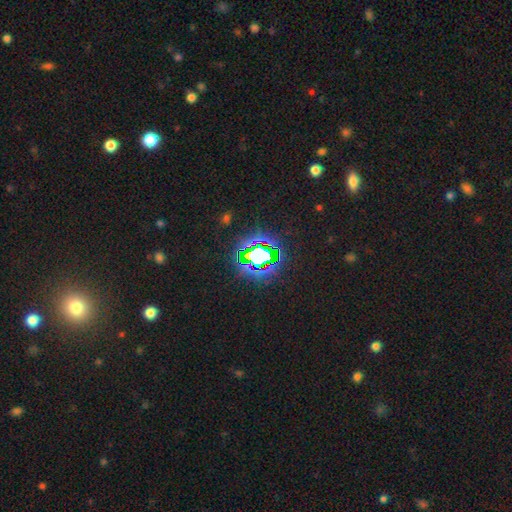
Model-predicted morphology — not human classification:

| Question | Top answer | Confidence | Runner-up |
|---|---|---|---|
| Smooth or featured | star or artifact | 73% | smooth (16%) |